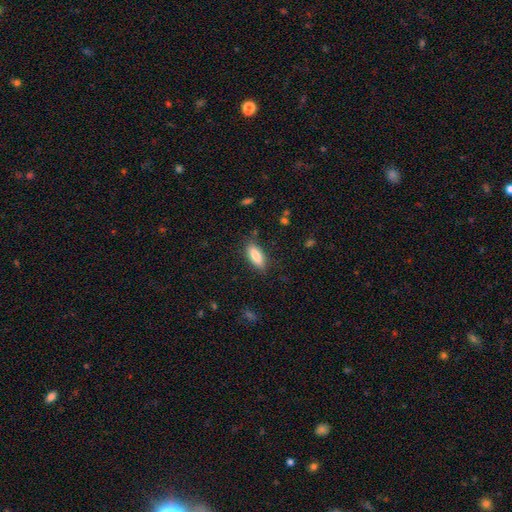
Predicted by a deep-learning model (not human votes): The model was most divided on "how rounded": in between: 73%, cigar-shaped: 25%, round: 2%. More confident: merging — none (83%); smooth or featured — smooth (83%).